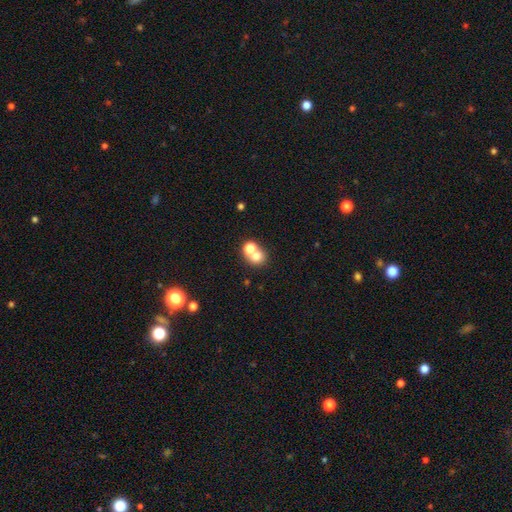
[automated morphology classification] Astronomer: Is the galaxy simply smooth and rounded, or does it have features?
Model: smooth — 70%.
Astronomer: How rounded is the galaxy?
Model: round — 77%.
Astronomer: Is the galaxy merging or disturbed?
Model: merger — 53% (runner-up: none, 38%).